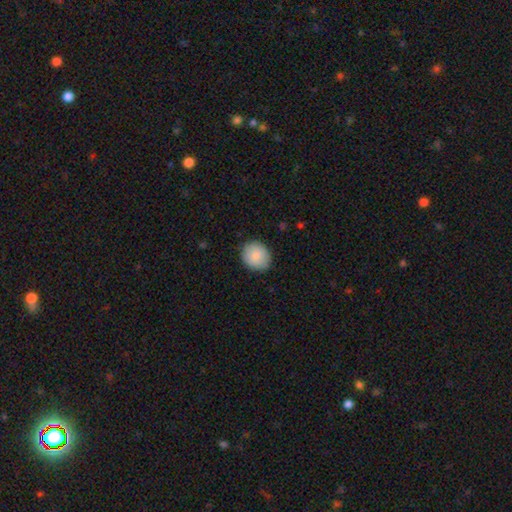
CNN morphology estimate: smooth-or-featured: smooth: 87% | star or artifact: 7% | featured or disk: 6%
  how-rounded: round: 76% | in between: 23% | cigar-shaped: 1%
  merging: none: 87% | minor disturbance: 10% | major disturbance: 2% | merger: 1%